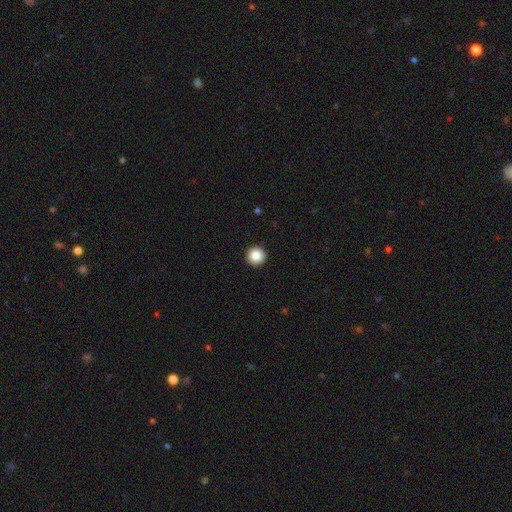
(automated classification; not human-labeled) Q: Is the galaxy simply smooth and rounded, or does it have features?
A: smooth — 86%.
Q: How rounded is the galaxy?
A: round — 96%.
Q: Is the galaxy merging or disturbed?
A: none — 94%.